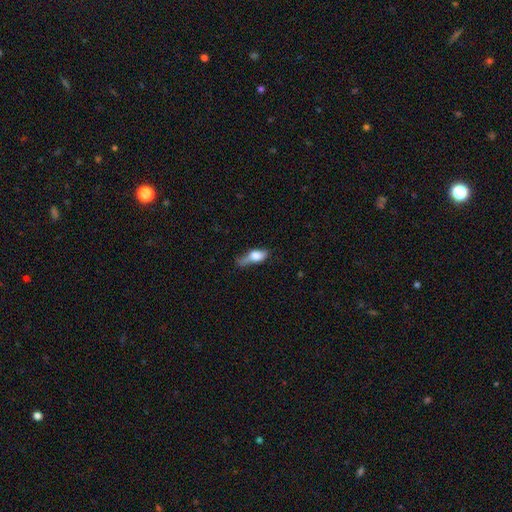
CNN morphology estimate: smooth_or_featured: smooth (p=0.66) [alt: featured or disk p=0.26]
how_rounded: in between (p=0.65) [alt: cigar-shaped p=0.27]
merging: minor disturbance (p=0.35) [alt: major disturbance p=0.30]